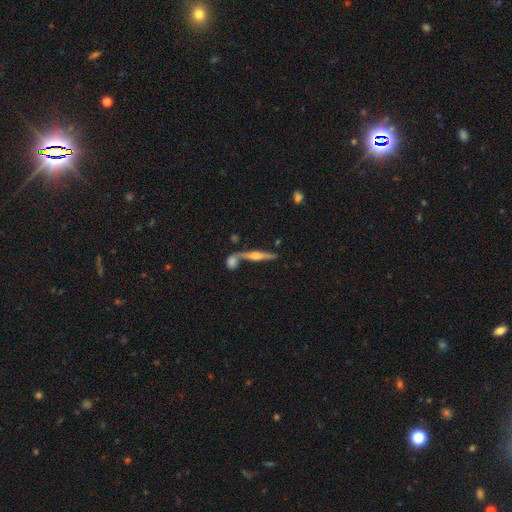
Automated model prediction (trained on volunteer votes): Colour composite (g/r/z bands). It shows a featured or disk galaxy (77%) viewed edge-on (96%) with a rounded central bulge (90%). Merging: none (64%).